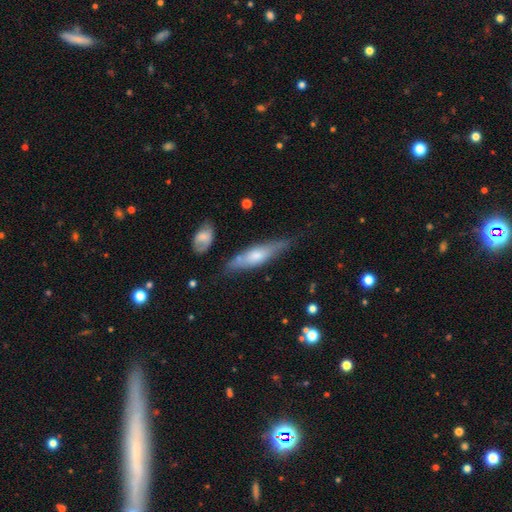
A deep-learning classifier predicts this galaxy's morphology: Smooth or featured?
  - featured or disk: 47% * (tied)
  - smooth: 47% * (tied)
  - star or artifact: 6%
Merging?
  - none: 67% *
  - minor disturbance: 22%
  - major disturbance: 5%
  - merger: 5%